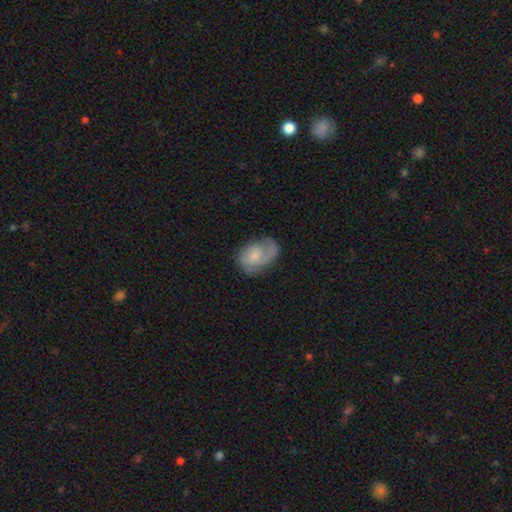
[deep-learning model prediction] This appears to be a featured or disk galaxy (51%). Merging: none (54%).